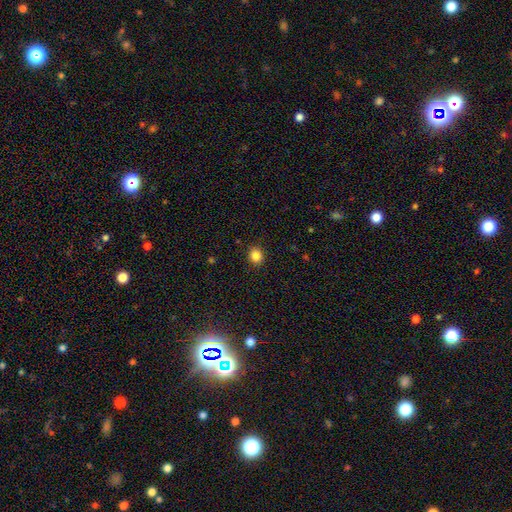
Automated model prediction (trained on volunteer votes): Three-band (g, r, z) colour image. It shows a smooth galaxy with no disk features (84%) that is round (79%). Merging: none (91%).